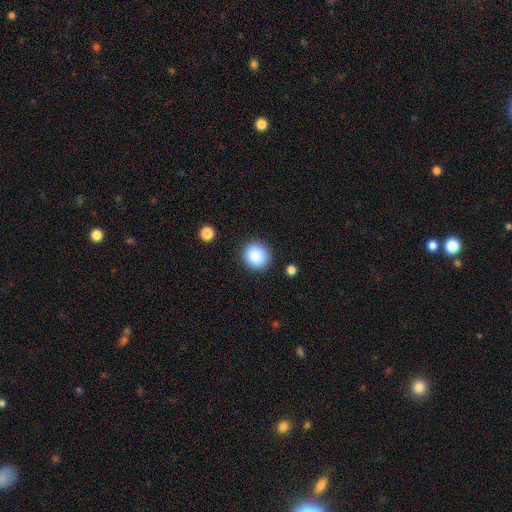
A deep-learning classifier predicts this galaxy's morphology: Overall: smooth (88%). How rounded: round (87%). Merging: none (89%).